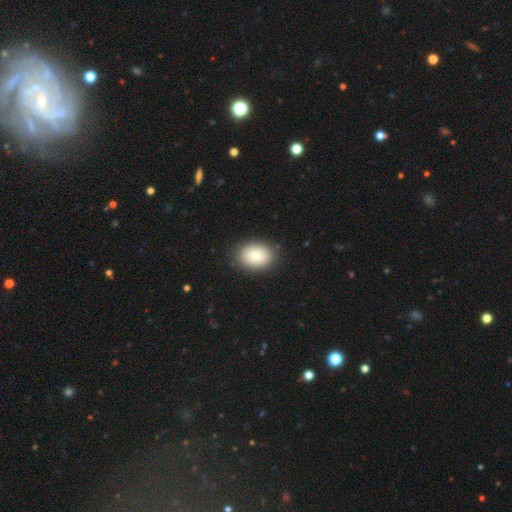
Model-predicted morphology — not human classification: This appears to be a smooth galaxy with no disk features (86%) that is in between round and cigar-shaped (73%). Merging: none (87%).